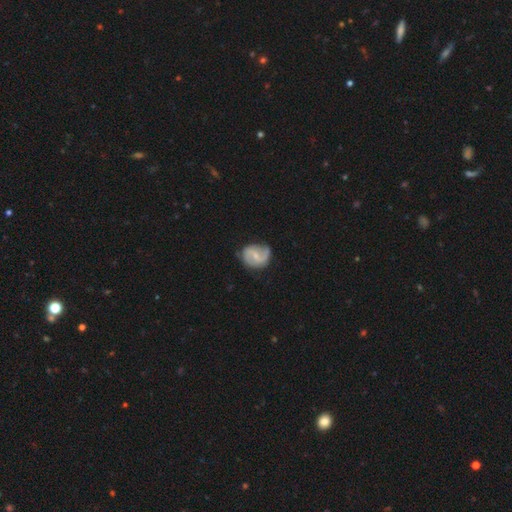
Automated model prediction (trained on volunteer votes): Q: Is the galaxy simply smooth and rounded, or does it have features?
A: featured or disk — 78%.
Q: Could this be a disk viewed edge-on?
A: no — 98%.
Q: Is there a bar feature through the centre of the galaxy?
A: weak — 51%.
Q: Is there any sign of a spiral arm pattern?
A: yes — 94%.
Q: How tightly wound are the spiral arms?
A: medium — 47%.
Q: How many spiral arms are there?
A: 2 — 82%.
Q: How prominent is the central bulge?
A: small — 59%.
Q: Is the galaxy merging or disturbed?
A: none — 67%.